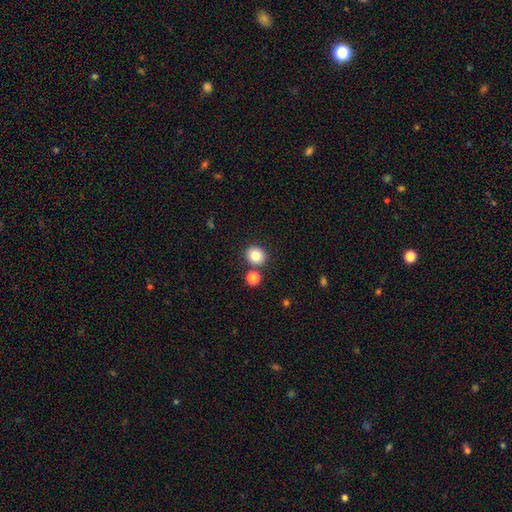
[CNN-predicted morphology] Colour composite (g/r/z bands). It shows a smooth galaxy with no disk features (82%) that is round (83%). Merging: none (83%).